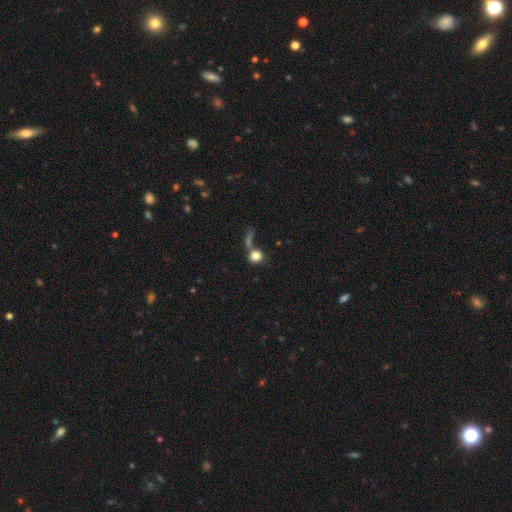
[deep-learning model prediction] This is likely a smooth galaxy (80%). How rounded: clearly round (85%). Merging: marginally none (44%).